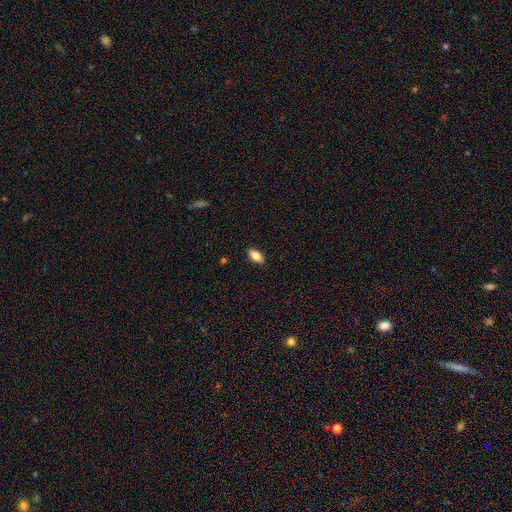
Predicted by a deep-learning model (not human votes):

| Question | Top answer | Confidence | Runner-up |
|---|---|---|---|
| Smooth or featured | smooth | 84% | featured or disk (8%) |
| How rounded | in between | 91% | cigar-shaped (5%) |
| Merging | none | 88% | minor disturbance (9%) |